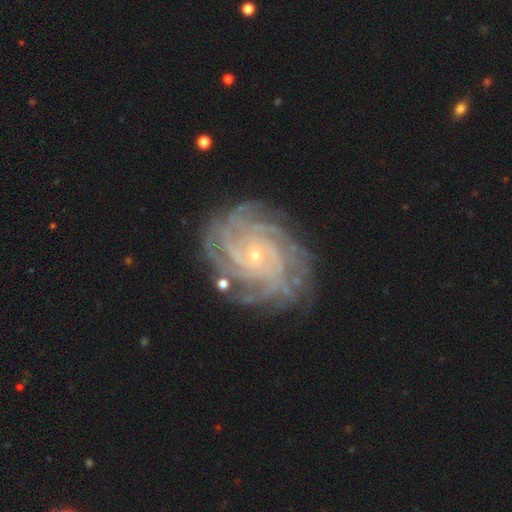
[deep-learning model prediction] A featured or disk galaxy (91%) with no bar (71%), more than 4 (29%) tight (79%) spiral arms (98%) and a small central bulge (86%).

Vote fractions:
- Smooth or featured? featured or disk: 91% / star or artifact: 5% / smooth: 4%
- Edge-on disk? no: 98% / yes: 2%
- Bar? no: 71% / weak: 22% / strong: 8%
- Spiral arms? yes: 98% / no: 2%
- Spiral winding? tight: 79% / medium: 18% / loose: 3%
- Spiral arm count? more than 4: 29% / 4: 24% / can't tell: 17% / 3: 12% / 2: 9% / 1: 8%
- Bulge size? small: 86% / moderate: 10% / none: 2% / large: 1% / dominant: 1%
- Merging? none: 81% / minor disturbance: 13% / major disturbance: 4% / merger: 2%